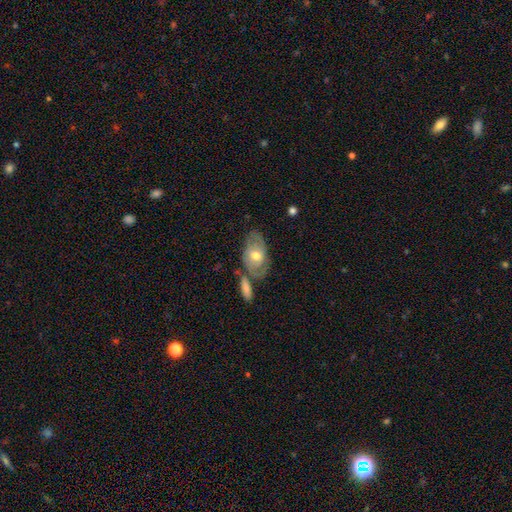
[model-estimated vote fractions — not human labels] This is possibly a featured or disk galaxy (49%). Merging: possibly none (53%).